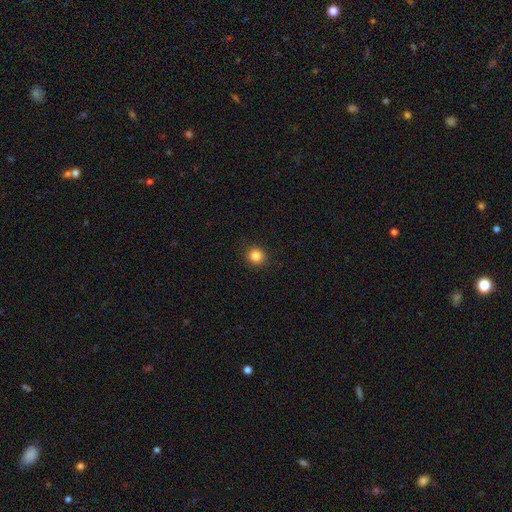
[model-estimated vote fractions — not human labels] Smooth or featured: smooth — 84% (star or artifact — 11%)
How rounded: round — 92% (in between — 7%)
Merging: none — 92% (minor disturbance — 6%)